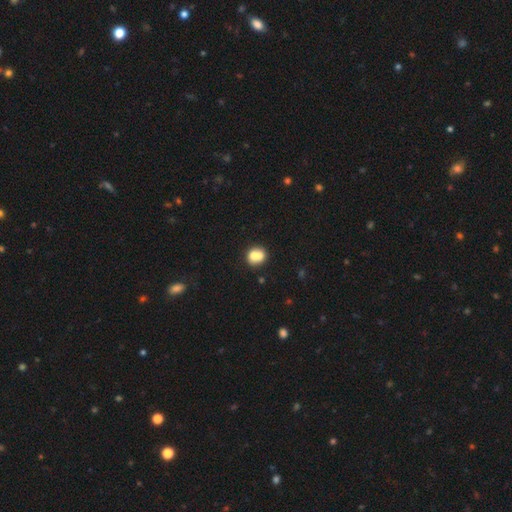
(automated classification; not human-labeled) This appears to be a smooth galaxy with no disk features (72%) that is round (69%). Merging: merger (49%).